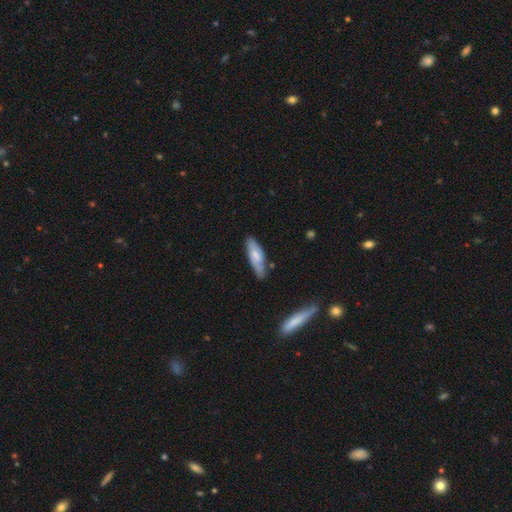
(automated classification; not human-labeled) This is likely a smooth galaxy (72%). How rounded: possibly in between (51%). Merging: likely none (73%).